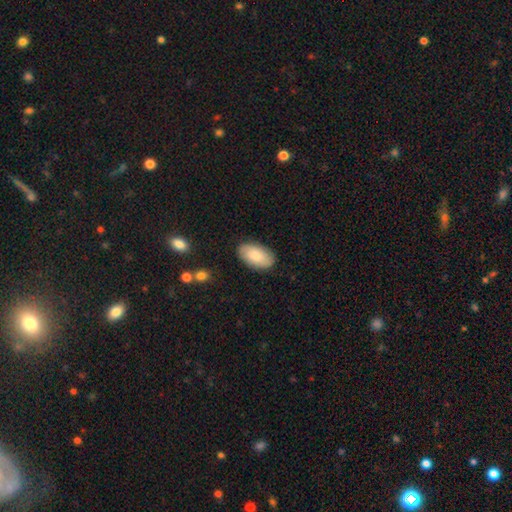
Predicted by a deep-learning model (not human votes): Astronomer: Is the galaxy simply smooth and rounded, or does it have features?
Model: smooth — 80%.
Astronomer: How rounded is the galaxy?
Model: in between — 95%.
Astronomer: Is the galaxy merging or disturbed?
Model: none — 86%.